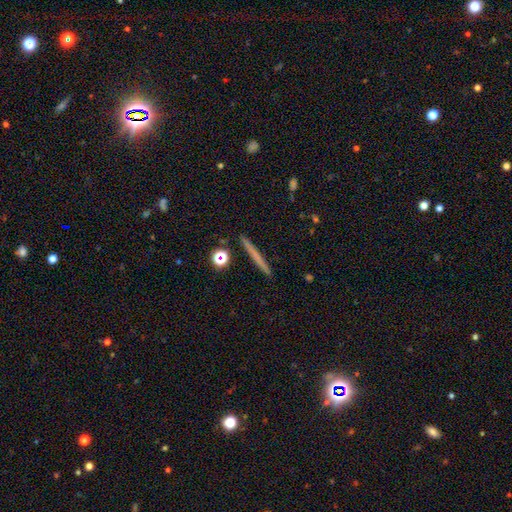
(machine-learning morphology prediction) Q: Smooth or featured?
A: smooth (55%); runner-up: featured or disk (37%)
Q: How rounded?
A: cigar-shaped (95%); runner-up: round (3%)
Q: Merging?
A: none (92%); runner-up: minor disturbance (5%)